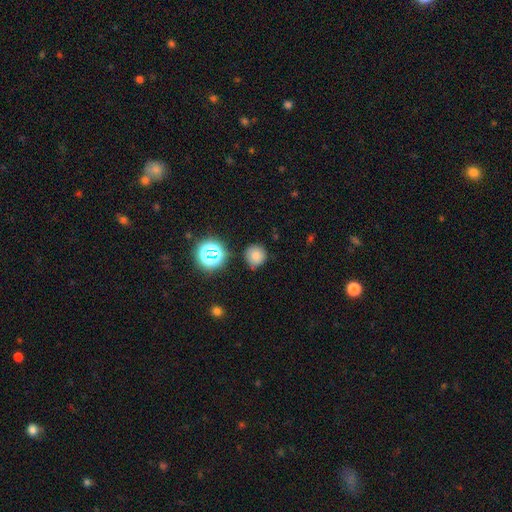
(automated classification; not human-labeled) This is likely a smooth galaxy (76%). How rounded: clearly round (89%). Merging: clearly none (80%).